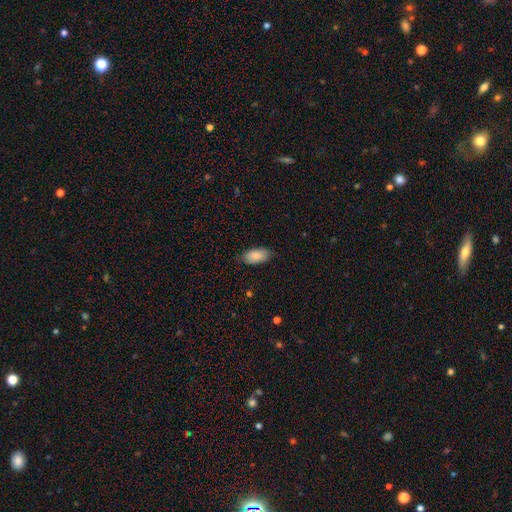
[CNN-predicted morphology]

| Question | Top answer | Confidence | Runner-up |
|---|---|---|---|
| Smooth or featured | smooth | 86% | featured or disk (7%) |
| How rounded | in between | 93% | cigar-shaped (4%) |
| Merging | none | 81% | minor disturbance (15%) |